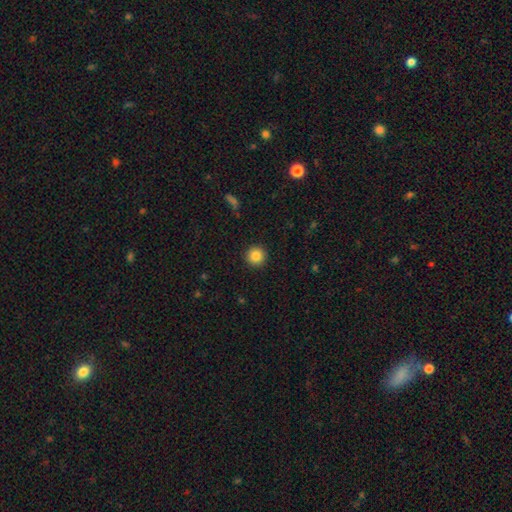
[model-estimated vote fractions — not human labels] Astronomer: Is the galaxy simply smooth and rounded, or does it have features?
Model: smooth — 86%.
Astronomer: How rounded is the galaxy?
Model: round — 96%.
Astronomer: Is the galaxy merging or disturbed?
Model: none — 92%.